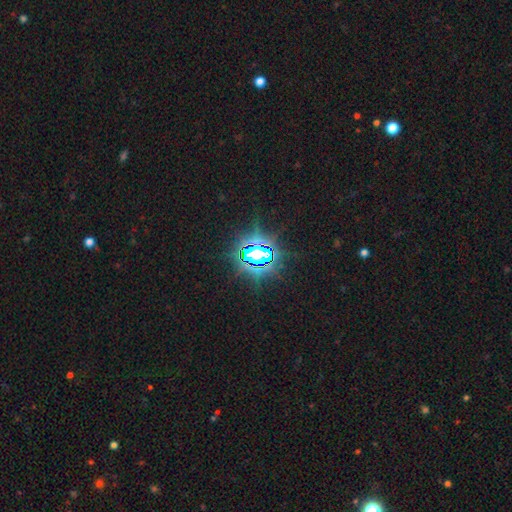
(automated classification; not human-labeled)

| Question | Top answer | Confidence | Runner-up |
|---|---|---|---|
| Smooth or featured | star or artifact | 83% | smooth (11%) |